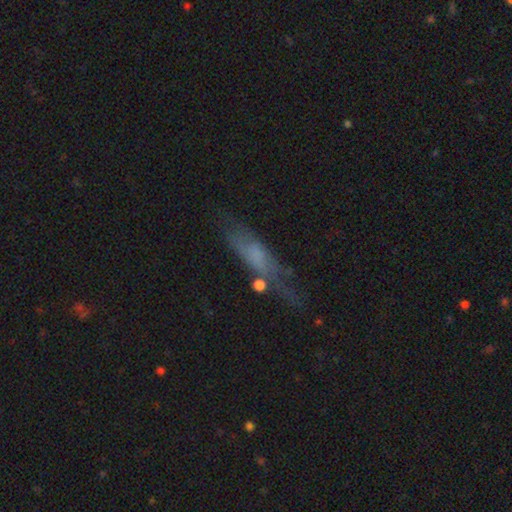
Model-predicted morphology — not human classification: Smooth or featured: smooth — 48% (featured or disk — 39%)
Merging: none — 49% (minor disturbance — 26%)